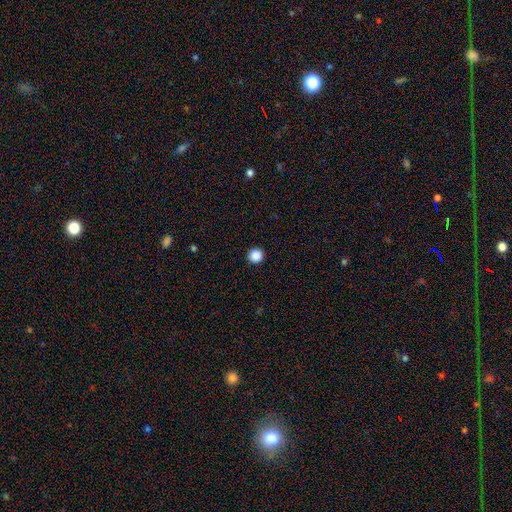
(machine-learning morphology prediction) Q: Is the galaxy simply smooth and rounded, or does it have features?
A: smooth — 88%.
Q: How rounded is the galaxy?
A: round — 96%.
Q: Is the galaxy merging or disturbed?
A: none — 94%.